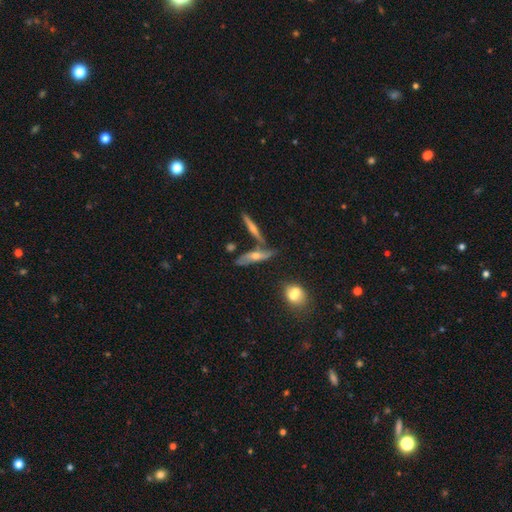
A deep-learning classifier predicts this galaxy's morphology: Overall: featured or disk (56%; smooth 35%). Edge-on disk: yes (72%). Merging: none (55%; merger 22%).